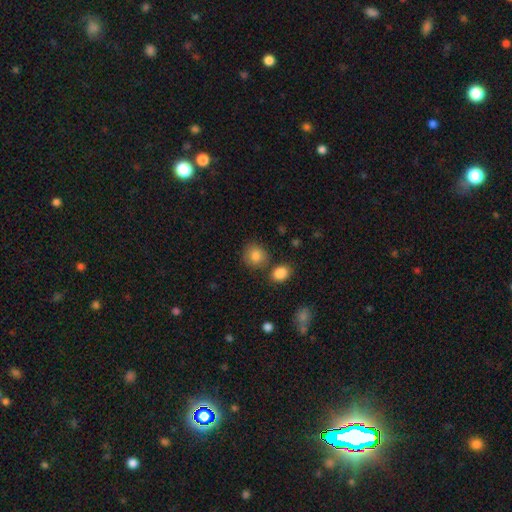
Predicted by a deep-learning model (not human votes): smooth_or_featured: smooth (p=0.85) [alt: star or artifact p=0.09]
how_rounded: round (p=0.82) [alt: in between p=0.17]
merging: none (p=0.76) [alt: minor disturbance p=0.11]